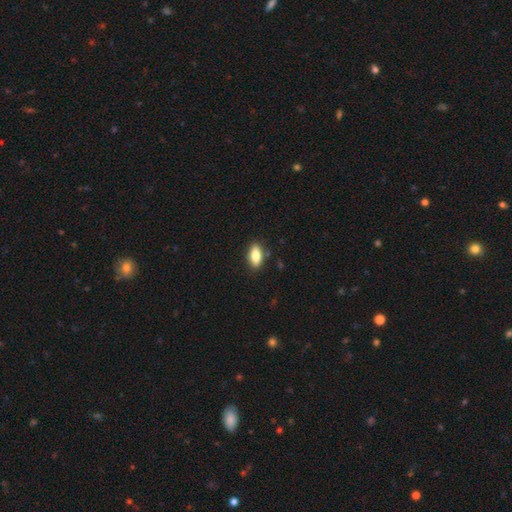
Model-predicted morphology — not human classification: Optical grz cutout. It shows a smooth galaxy with no disk features (79%) that is in between round and cigar-shaped (85%). Merging: none (86%).